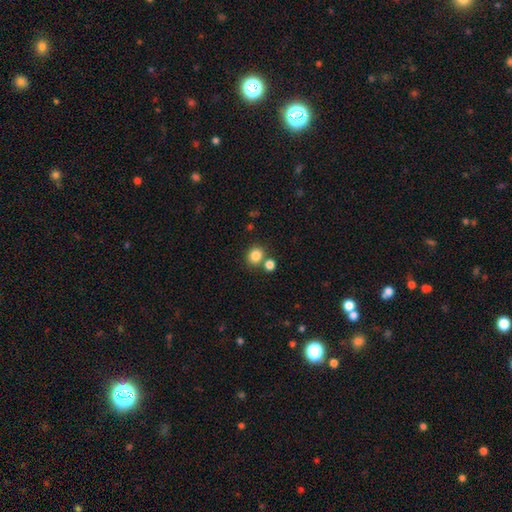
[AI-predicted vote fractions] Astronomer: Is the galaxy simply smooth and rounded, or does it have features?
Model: smooth — 83%.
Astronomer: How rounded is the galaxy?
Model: round — 74%.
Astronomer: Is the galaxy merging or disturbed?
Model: none — 66%.